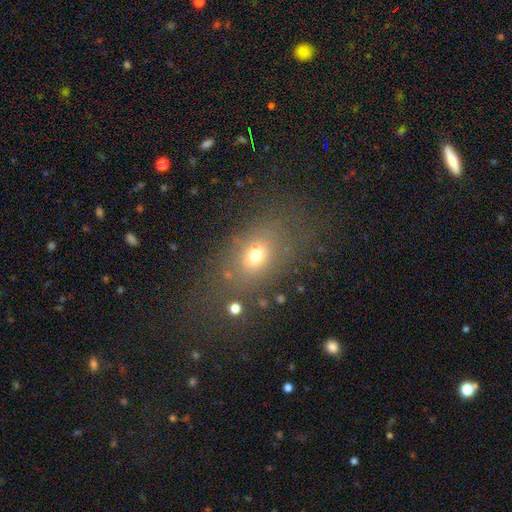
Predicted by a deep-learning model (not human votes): Q: Smooth or featured?
A: smooth (65%); runner-up: star or artifact (18%)
Q: How rounded?
A: in between (74%); runner-up: round (22%)
Q: Merging?
A: none (67%); runner-up: minor disturbance (16%)